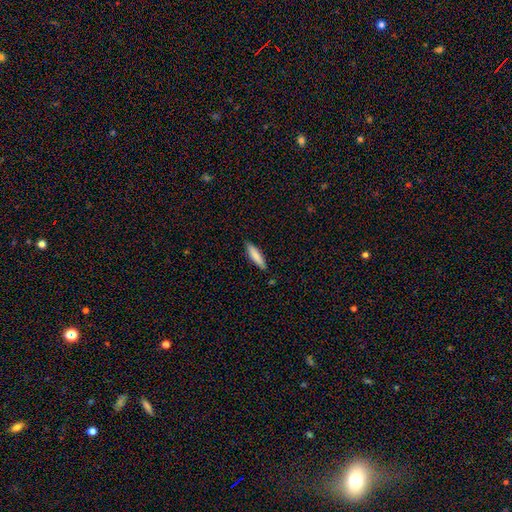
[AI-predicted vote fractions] This is clearly a smooth galaxy (83%). How rounded: likely cigar-shaped (73%). Merging: clearly none (86%).